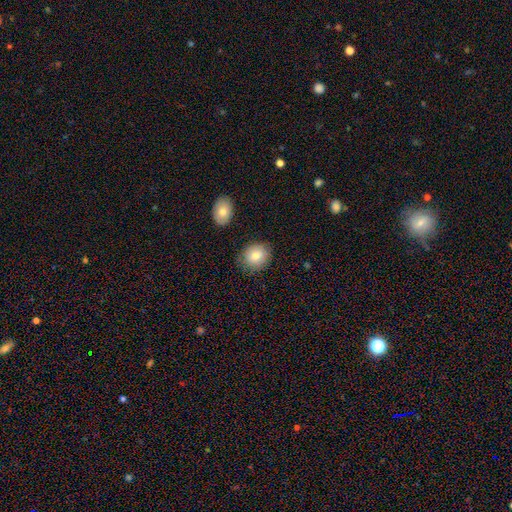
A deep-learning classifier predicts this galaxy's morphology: A smooth galaxy with no disk features (80%) that is round (70%). Merging: none (81%).